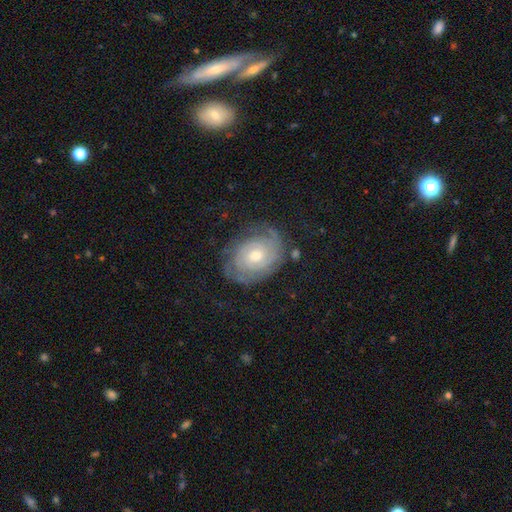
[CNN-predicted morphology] Smooth or featured: featured or disk — 83% (smooth — 11%)
Edge-on disk: no — 97% (yes — 3%)
Bar: no — 71% (weak — 25%)
Spiral arms: yes — 94% (no — 6%)
Spiral winding: tight — 77% (medium — 18%)
Spiral arm count: 2 — 36% (tied with can't tell — 36%)
Bulge size: moderate — 67% (small — 26%)
Merging: none — 74% (minor disturbance — 17%)